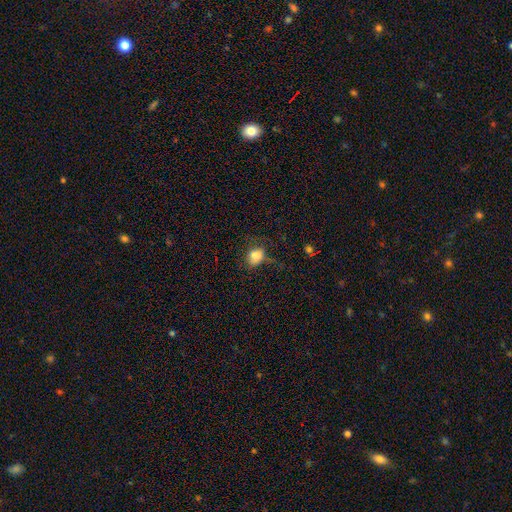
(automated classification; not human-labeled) This is likely a smooth galaxy (79%). How rounded: possibly in between (58%). Merging: possibly none (47%).